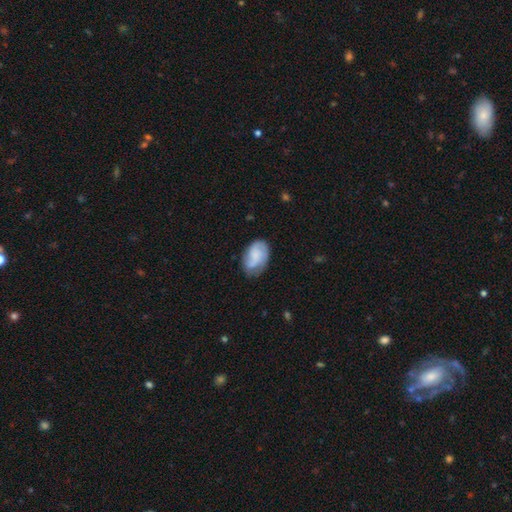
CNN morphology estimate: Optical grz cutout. It shows a featured or disk galaxy (51%). Merging: none (65%).